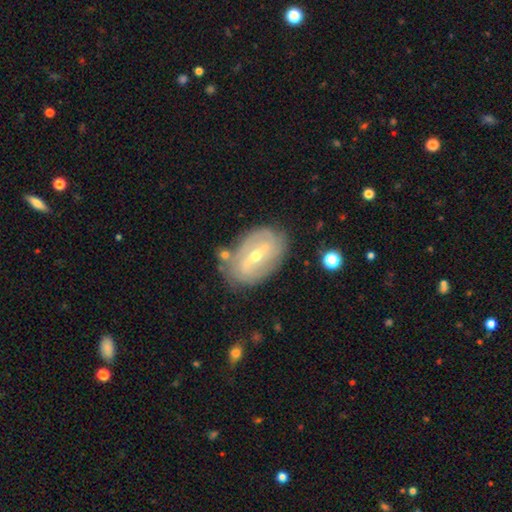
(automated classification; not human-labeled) featured or disk 80%, smooth 14%, star or artifact 6%. Down the decision tree: edge-on disk — no (92%); bar — strong (52%); spiral arms — yes (78%); spiral arm count — 2 (67%); spiral winding — tight (44%); bulge size — moderate (50%); merging — none (75%).